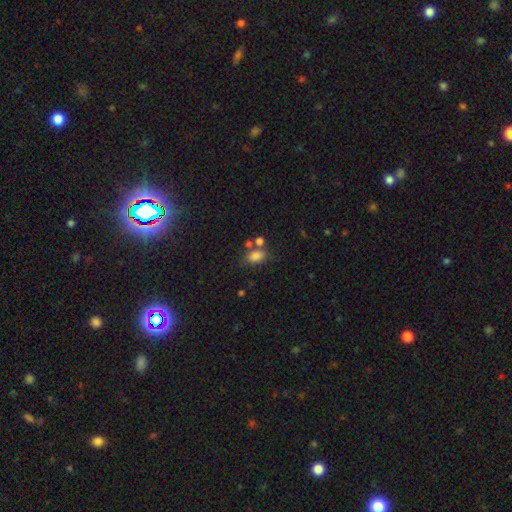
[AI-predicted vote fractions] Q: Smooth or featured?
A: smooth (80%); runner-up: star or artifact (11%)
Q: How rounded?
A: in between (83%); runner-up: round (15%)
Q: Merging?
A: none (52%); runner-up: merger (26%)